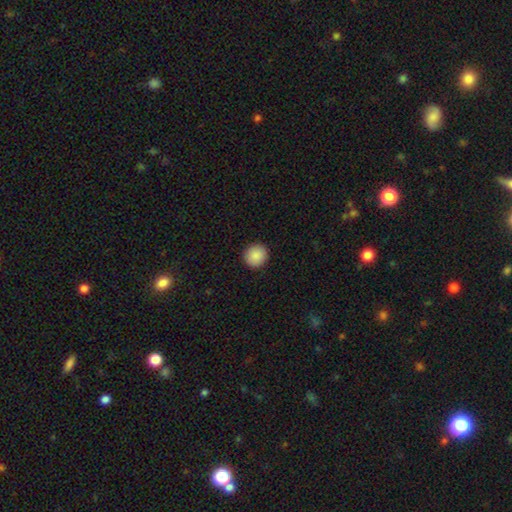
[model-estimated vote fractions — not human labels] smooth 90%, star or artifact 8%, featured or disk 3%. Down the decision tree: how rounded — round (90%); merging — none (93%).